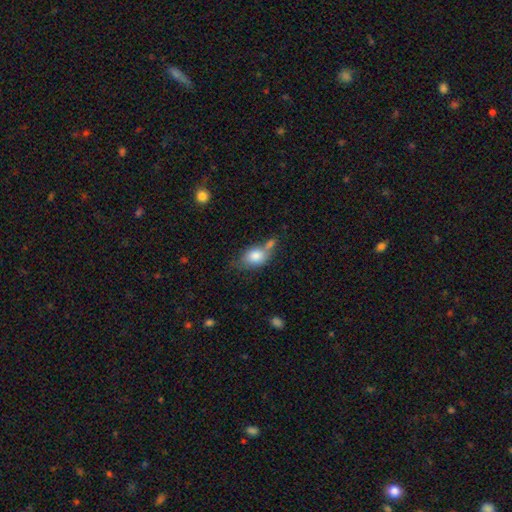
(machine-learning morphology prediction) This appears to be a smooth galaxy with no disk features (79%) that is in between round and cigar-shaped (74%). Merging: none (37%).